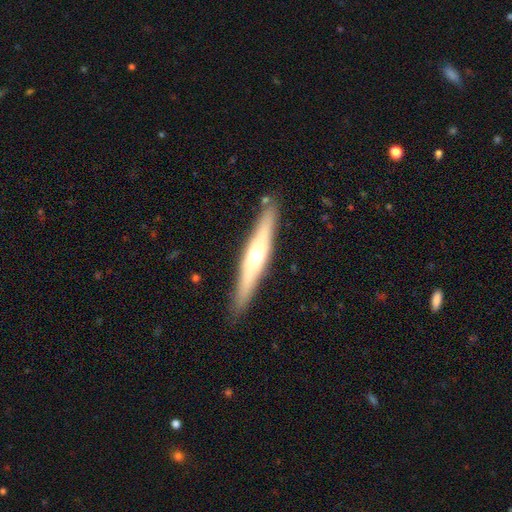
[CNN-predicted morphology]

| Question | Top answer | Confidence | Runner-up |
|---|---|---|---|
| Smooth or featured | featured or disk | 60% | smooth (35%) |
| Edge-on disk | yes | 93% | no (7%) |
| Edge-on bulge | rounded | 85% | none (9%) |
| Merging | none | 88% | minor disturbance (9%) |